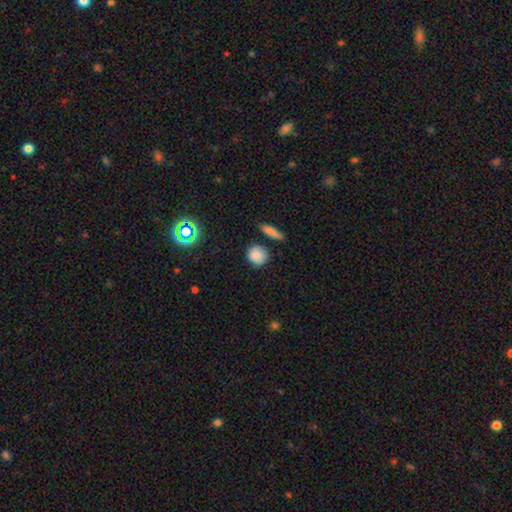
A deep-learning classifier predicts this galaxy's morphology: This is clearly a smooth galaxy (83%). How rounded: clearly round (82%). Merging: likely none (78%).